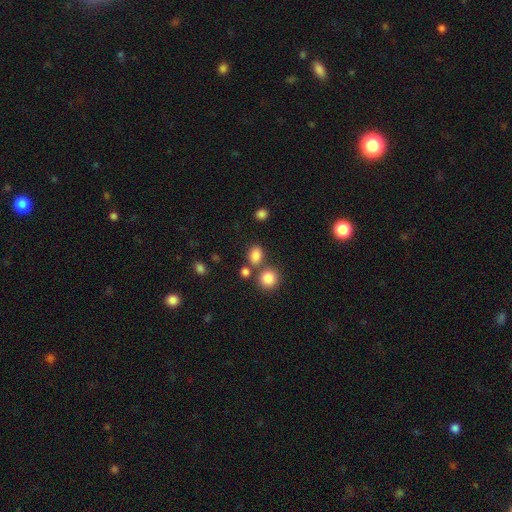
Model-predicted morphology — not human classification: Smooth or featured? smooth (82%)
How rounded? in between (56%)
Merging? none (66%)